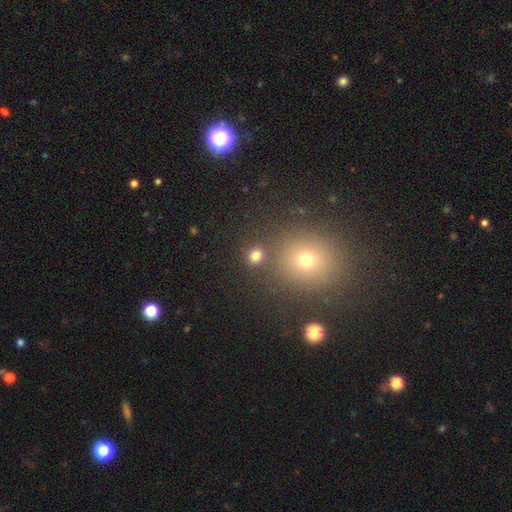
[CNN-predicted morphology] This appears to be a smooth galaxy with no disk features (77%) that is round (82%). Merging: none (81%).